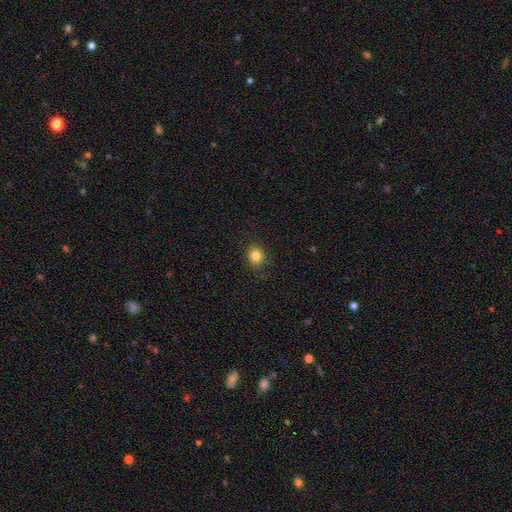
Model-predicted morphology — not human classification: Smooth or featured: smooth — 84% (star or artifact — 11%)
How rounded: round — 71% (in between — 28%)
Merging: none — 86% (minor disturbance — 10%)